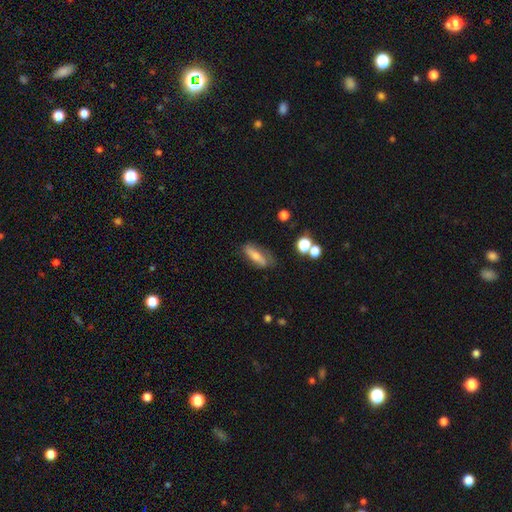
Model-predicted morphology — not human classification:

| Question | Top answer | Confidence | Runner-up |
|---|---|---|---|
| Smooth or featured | smooth | 50% | featured or disk (39%) |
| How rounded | in between | 57% | cigar-shaped (38%) |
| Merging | none | 63% | minor disturbance (24%) |